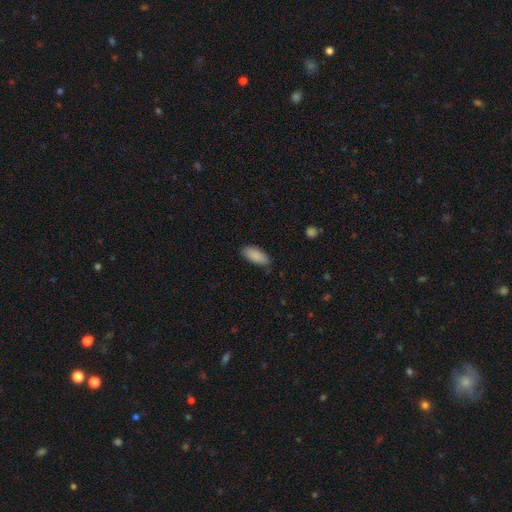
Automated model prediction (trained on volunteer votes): This appears to be a smooth galaxy with no disk features (88%) that is in between round and cigar-shaped (85%). Merging: none (81%).